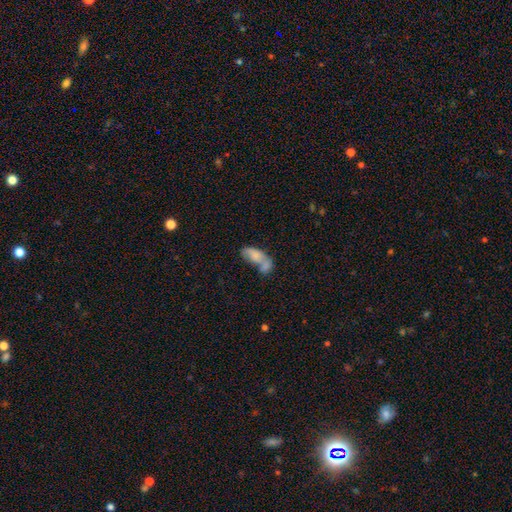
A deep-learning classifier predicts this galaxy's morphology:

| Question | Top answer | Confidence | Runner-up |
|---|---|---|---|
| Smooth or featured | smooth | 69% | featured or disk (23%) |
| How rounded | in between | 87% | cigar-shaped (8%) |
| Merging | merger | 57% | none (21%) |